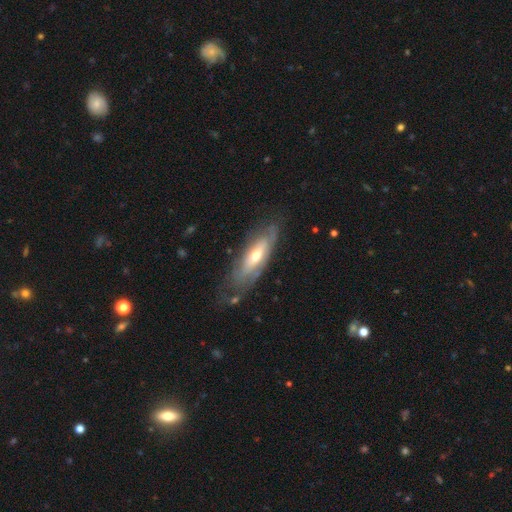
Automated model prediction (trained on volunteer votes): This appears to be a featured or disk galaxy (62%). Merging: none (64%).